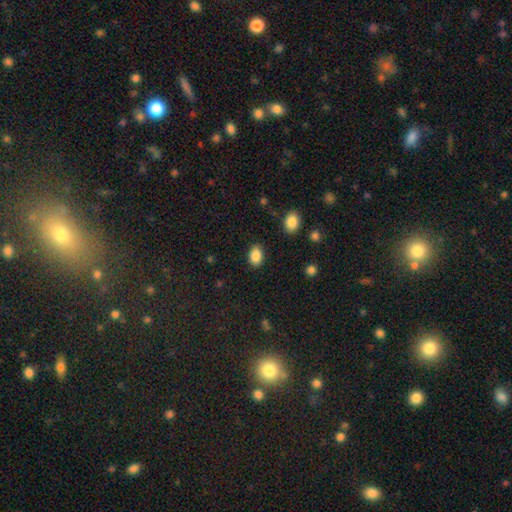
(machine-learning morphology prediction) smooth-or-featured: smooth: 87% | star or artifact: 8% | featured or disk: 4%
  how-rounded: in between: 81% | round: 18% | cigar-shaped: 1%
  merging: none: 86% | minor disturbance: 10% | major disturbance: 3% | merger: 1%